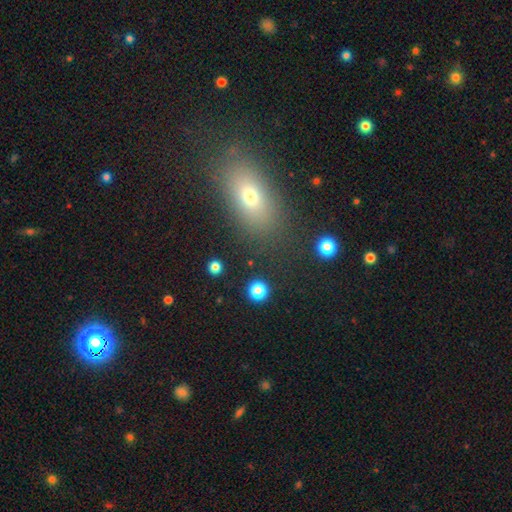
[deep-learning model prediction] A smooth galaxy with no disk features (64%) that is in between round and cigar-shaped (78%).

Vote fractions:
- Smooth or featured? smooth: 64% / star or artifact: 23% / featured or disk: 14%
- How rounded? in between: 78% / round: 14% / cigar-shaped: 9%
- Merging? none: 84% / minor disturbance: 9% / major disturbance: 4% / merger: 2%